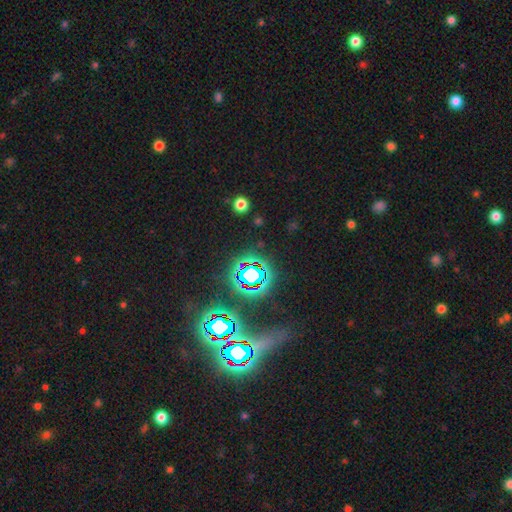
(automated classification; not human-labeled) Smooth or featured? star or artifact (82%)